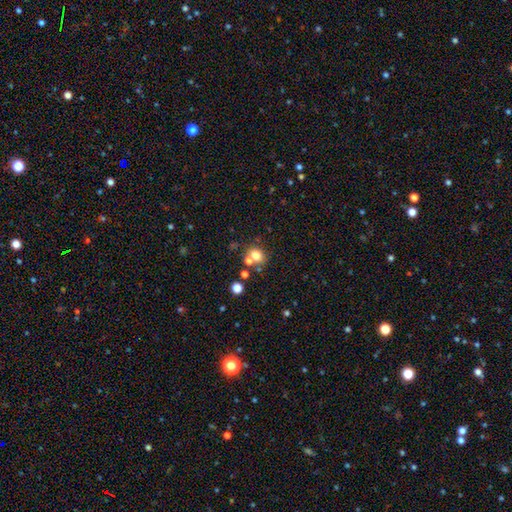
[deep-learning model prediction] This is likely a smooth galaxy (73%). How rounded: likely round (65%). Merging: possibly none (56%).